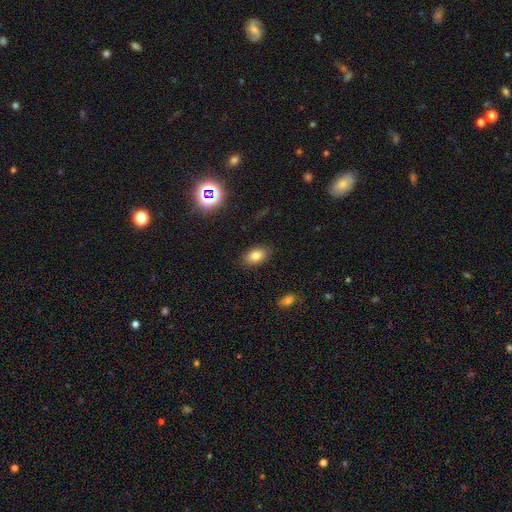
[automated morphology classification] The model was most divided on "smooth or featured": smooth: 80%, star or artifact: 11%, featured or disk: 9%. More confident: how rounded — in between (89%); merging — none (86%).